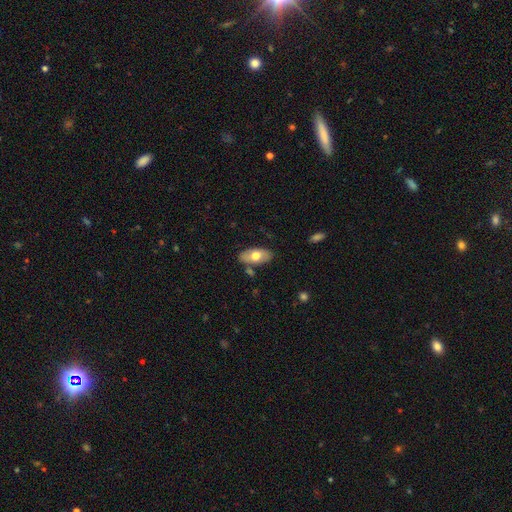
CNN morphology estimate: Smooth or featured?
  - smooth: 63% *
  - featured or disk: 31%
  - star or artifact: 6%
How rounded?
  - in between: 93% *
  - round: 4%
  - cigar-shaped: 3%
Merging?
  - none: 79% *
  - minor disturbance: 13%
  - merger: 5%
  - major disturbance: 3%